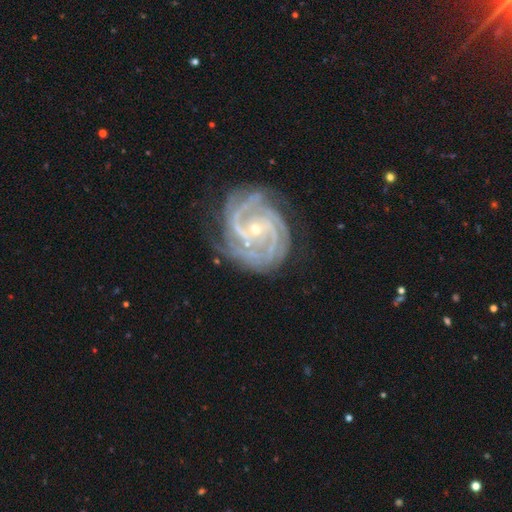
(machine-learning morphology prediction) Smooth or featured? featured or disk (92%)
Edge-on disk? no (98%)
Bar? no (58%)
Spiral arms? yes (99%)
Spiral winding? tight (68%)
Spiral arm count? 3 (28%)
Bulge size? small (78%)
Merging? none (73%)